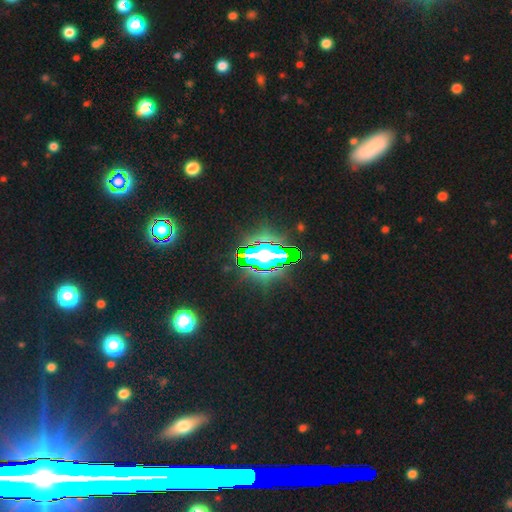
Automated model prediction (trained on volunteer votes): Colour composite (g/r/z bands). It shows a star or artifact, not a galaxy (73%).